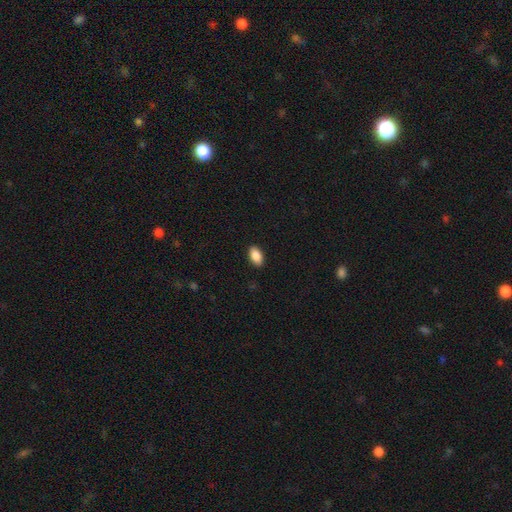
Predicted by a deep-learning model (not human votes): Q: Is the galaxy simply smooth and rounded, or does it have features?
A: smooth — 89%.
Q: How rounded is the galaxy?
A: in between — 93%.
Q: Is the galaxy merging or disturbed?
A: none — 90%.